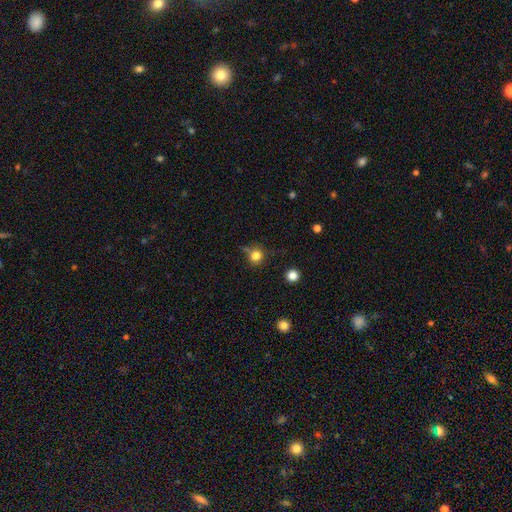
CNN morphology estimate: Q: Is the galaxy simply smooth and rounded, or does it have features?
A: smooth — 80%.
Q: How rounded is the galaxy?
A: round — 91%.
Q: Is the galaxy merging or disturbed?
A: none — 70%.